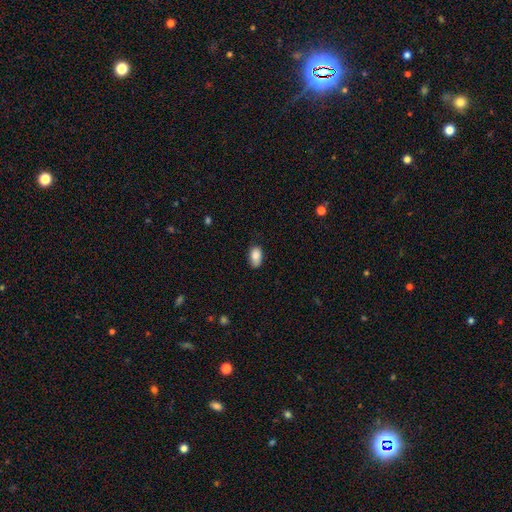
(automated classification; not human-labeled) A smooth galaxy with no disk features (87%) that is in between round and cigar-shaped (92%).

Vote fractions:
- Smooth or featured? smooth: 87% / star or artifact: 8% / featured or disk: 6%
- How rounded? in between: 92% / round: 7% / cigar-shaped: 2%
- Merging? none: 74% / minor disturbance: 21% / major disturbance: 3% / merger: 1%